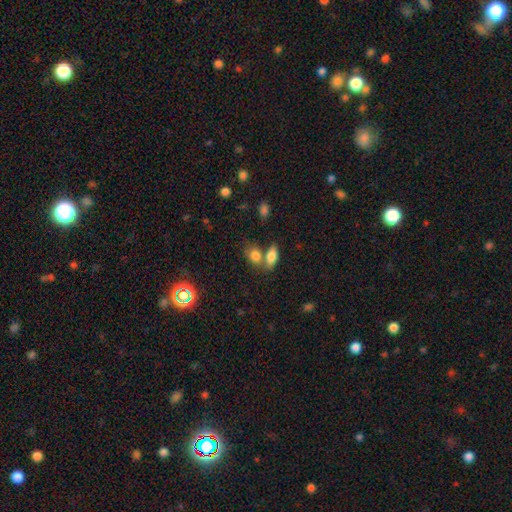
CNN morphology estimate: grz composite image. It shows a smooth galaxy with no disk features (81%) that is in between round and cigar-shaped (73%). Merging: none (44%).